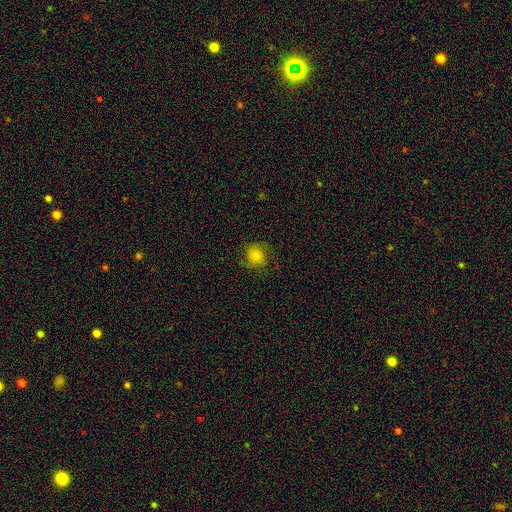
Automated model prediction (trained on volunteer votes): smooth-or-featured: smooth: 67% | featured or disk: 22% | star or artifact: 11%
  how-rounded: round: 85% | in between: 14% | cigar-shaped: 1%
  merging: none: 74% | minor disturbance: 17% | major disturbance: 7% | merger: 1%